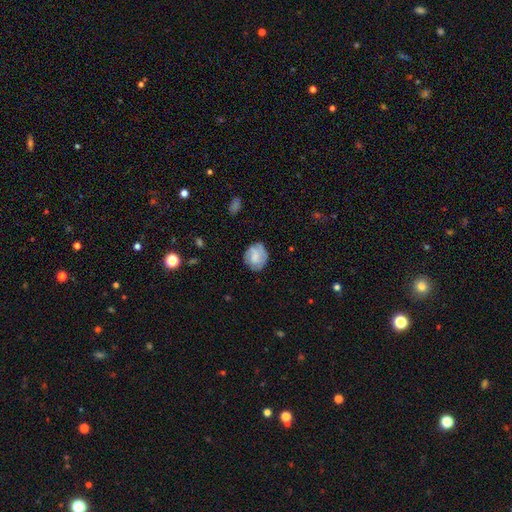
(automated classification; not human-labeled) Smooth or featured? Predicted: smooth (p=0.56). How rounded? Predicted: round (p=0.62). Merging? Predicted: none (p=0.70).